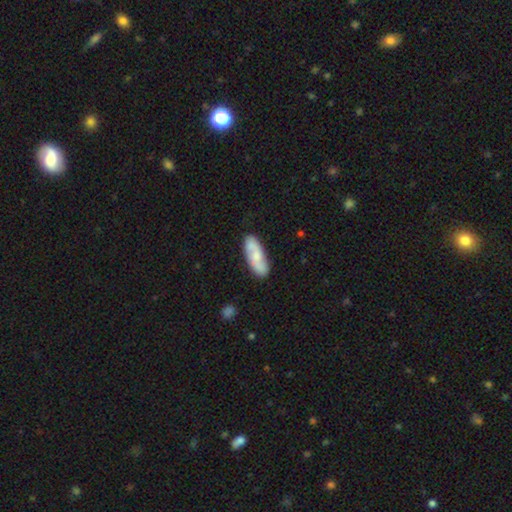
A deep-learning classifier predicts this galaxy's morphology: Smooth or featured? Predicted: smooth (p=0.53). How rounded? Predicted: in between (p=0.61). Merging? Predicted: none (p=0.79).